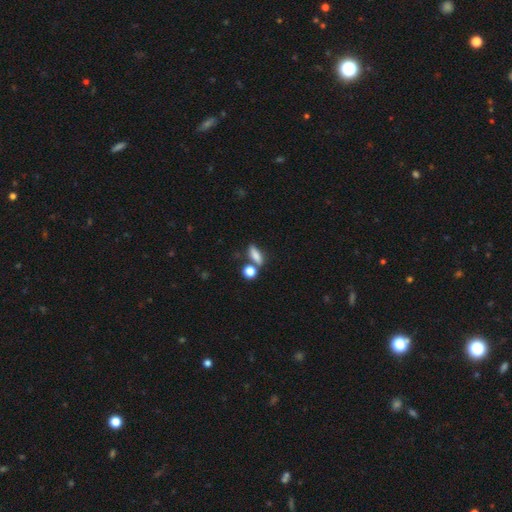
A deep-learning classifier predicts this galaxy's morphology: smooth_or_featured: smooth (p=0.79) [alt: star or artifact p=0.10]
how_rounded: in between (p=0.58) [alt: cigar-shaped p=0.28]
merging: none (p=0.59) [alt: merger p=0.21]